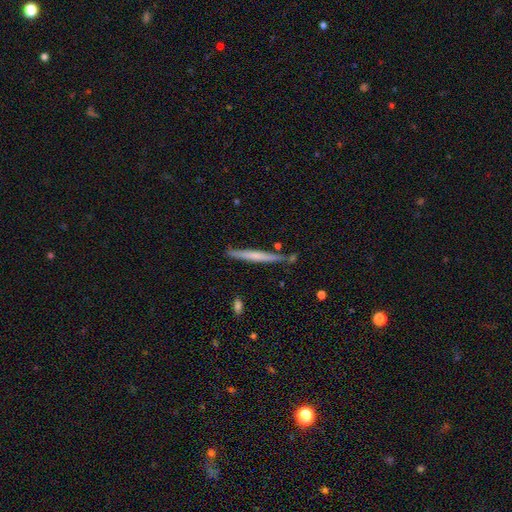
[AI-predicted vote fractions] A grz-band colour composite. It shows a smooth galaxy with no disk features (50%). Merging: none (81%).